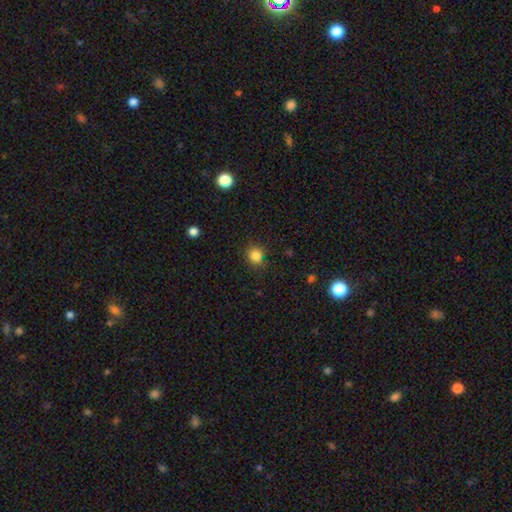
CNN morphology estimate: Smooth or featured? Predicted: smooth (p=0.83). How rounded? Predicted: round (p=0.90). Merging? Predicted: none (p=0.82).